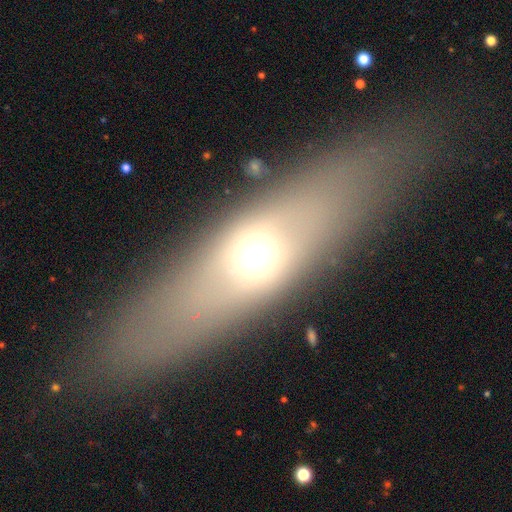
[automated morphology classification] smooth 52%, featured or disk 35%, star or artifact 13%. Down the decision tree: how rounded — in between (67%); merging — none (76%).